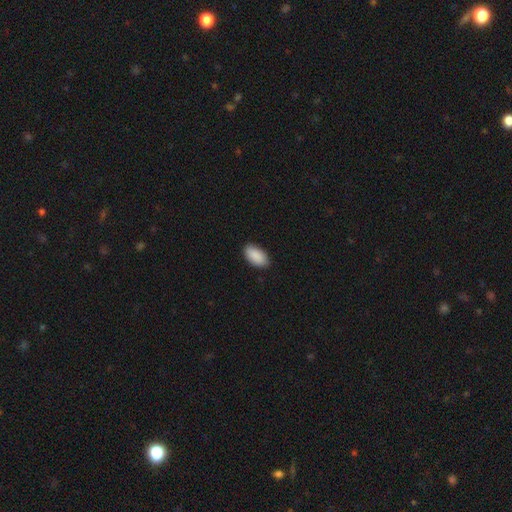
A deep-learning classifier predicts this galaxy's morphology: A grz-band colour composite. It shows a smooth galaxy with no disk features (91%) that is in between round and cigar-shaped (95%). Merging: none (86%).